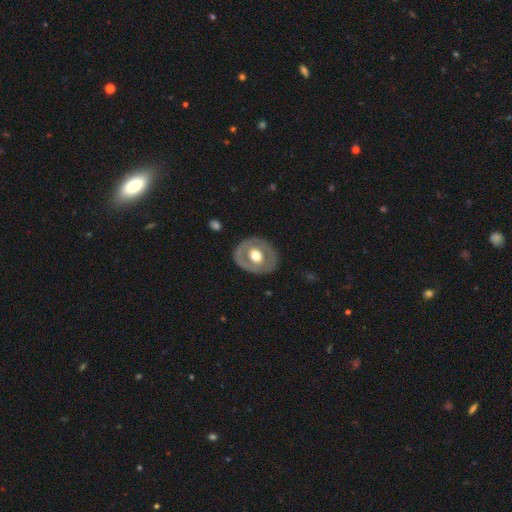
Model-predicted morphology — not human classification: Smooth or featured: featured or disk — 57% (smooth — 39%)
Edge-on disk: no — 94% (yes — 6%)
Bar: no — 79% (weak — 15%)
Spiral arms: no — 85% (yes — 15%)
Bulge size: moderate — 65% (large — 29%)
Merging: none — 81% (minor disturbance — 13%)